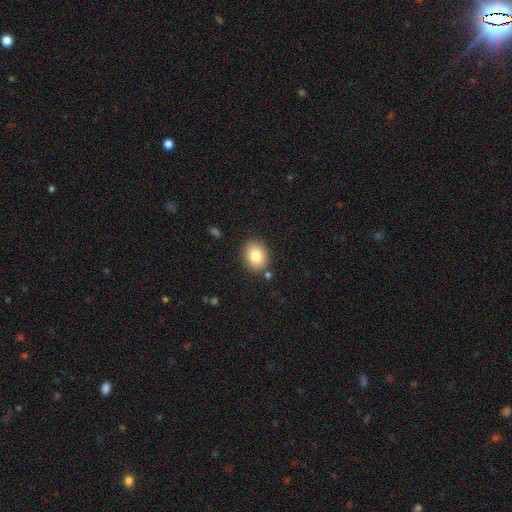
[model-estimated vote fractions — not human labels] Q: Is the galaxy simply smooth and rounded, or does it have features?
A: smooth — 80%.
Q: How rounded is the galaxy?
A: round — 52%.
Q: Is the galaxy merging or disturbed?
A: none — 86%.